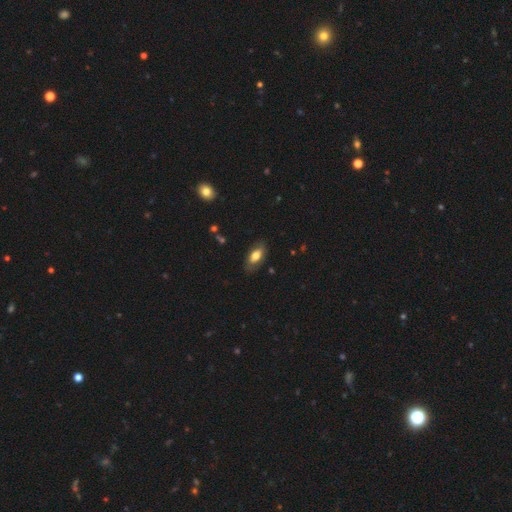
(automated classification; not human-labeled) Q: Smooth or featured?
A: smooth (71%); runner-up: featured or disk (23%)
Q: How rounded?
A: in between (90%); runner-up: cigar-shaped (6%)
Q: Merging?
A: none (78%); runner-up: minor disturbance (16%)